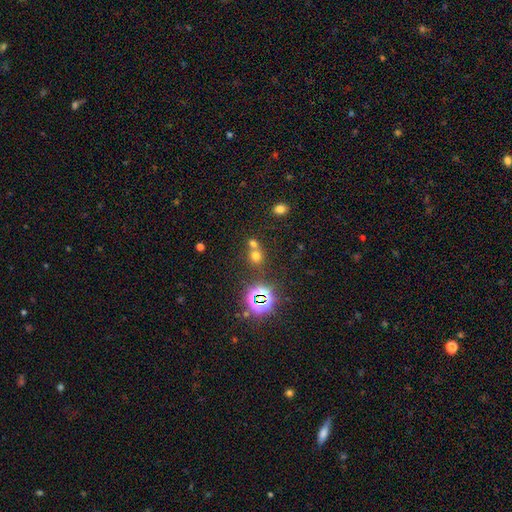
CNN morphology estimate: type=smooth (58%); roundness=round (80%); merging=none (48%).